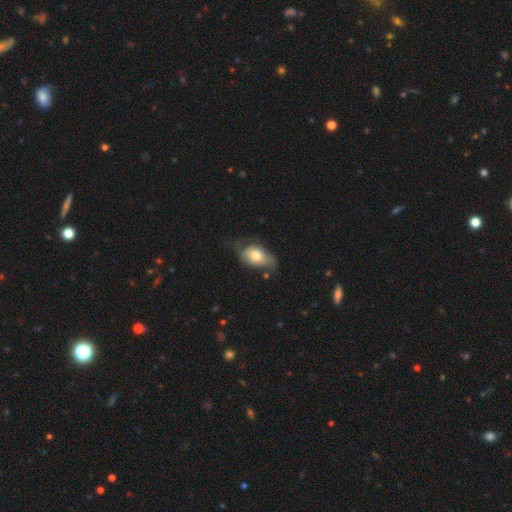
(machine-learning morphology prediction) smooth 69%, featured or disk 24%, star or artifact 7%. Down the decision tree: how rounded — in between (85%); merging — minor disturbance (38%).